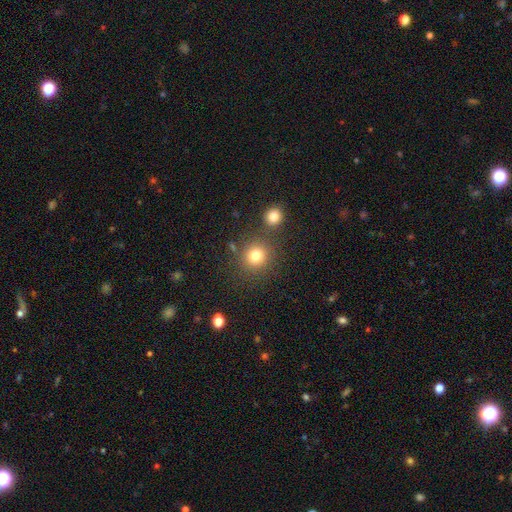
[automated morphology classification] Smooth or featured?
  - smooth: 80% *
  - star or artifact: 14%
  - featured or disk: 7%
How rounded?
  - round: 89% *
  - in between: 10%
  - cigar-shaped: 1%
Merging?
  - none: 76% *
  - merger: 12%
  - minor disturbance: 8%
  - major disturbance: 4%